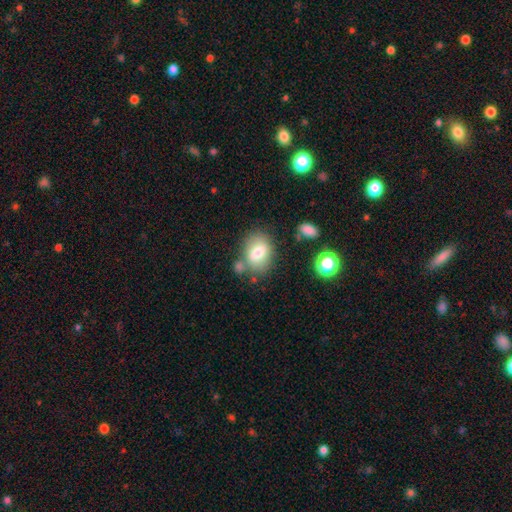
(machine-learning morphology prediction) Smooth or featured? Predicted: smooth (p=0.73). How rounded? Predicted: in between (p=0.73). Merging? Predicted: none (p=0.64).